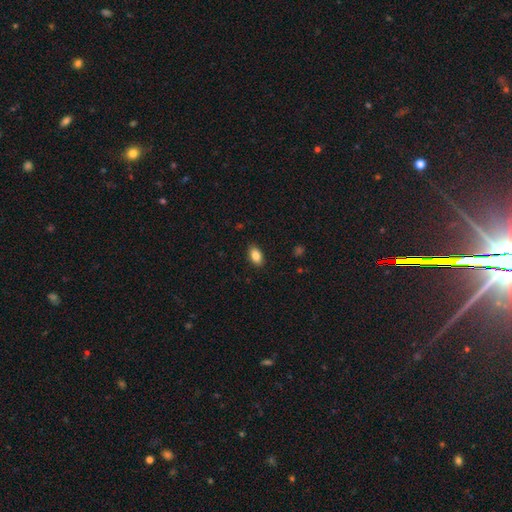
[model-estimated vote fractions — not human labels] A smooth galaxy with no disk features (86%) that is in between round and cigar-shaped (92%).

Vote fractions:
- Smooth or featured? smooth: 86% / star or artifact: 8% / featured or disk: 6%
- How rounded? in between: 92% / round: 6% / cigar-shaped: 3%
- Merging? none: 89% / minor disturbance: 8% / major disturbance: 2% / merger: 1%